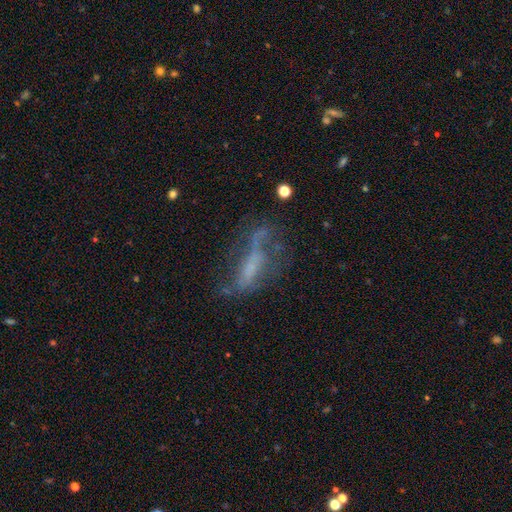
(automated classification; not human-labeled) Smooth or featured? featured or disk (57%)
Edge-on disk? no (79%)
Merging? none (38%)